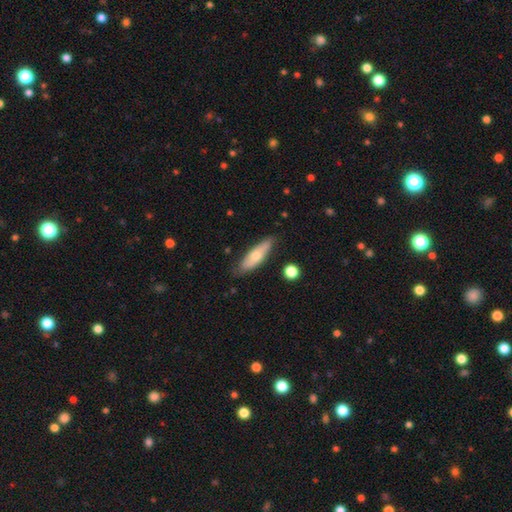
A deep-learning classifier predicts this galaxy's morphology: Q: Smooth or featured?
A: smooth (58%); runner-up: featured or disk (36%)
Q: How rounded?
A: cigar-shaped (54%); runner-up: in between (44%)
Q: Merging?
A: none (80%); runner-up: minor disturbance (15%)